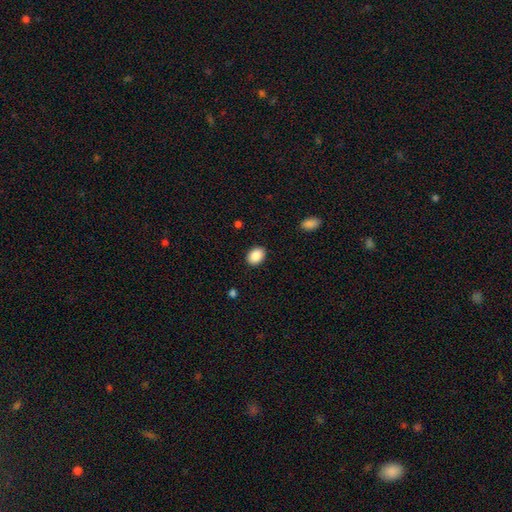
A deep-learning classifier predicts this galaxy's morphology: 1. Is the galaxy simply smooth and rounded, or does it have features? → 89% smooth, 7% star or artifact, 3% featured or disk.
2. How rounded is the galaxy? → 73% in between, 26% round, 1% cigar-shaped.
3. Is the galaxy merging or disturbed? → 89% none, 8% minor disturbance, 2% major disturbance, 1% merger.